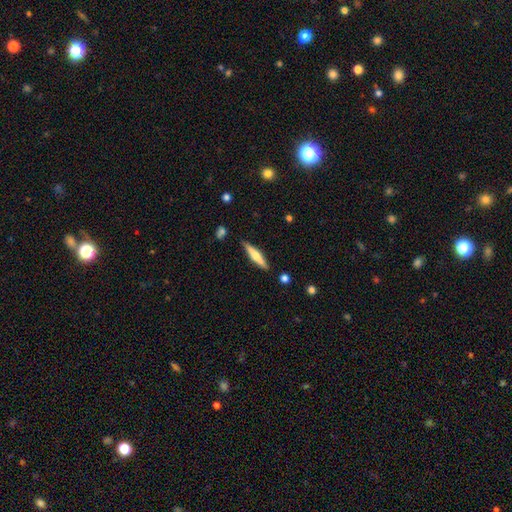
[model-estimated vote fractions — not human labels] Q: Smooth or featured?
A: featured or disk (50%); runner-up: smooth (45%)
Q: Merging?
A: none (88%); runner-up: minor disturbance (8%)